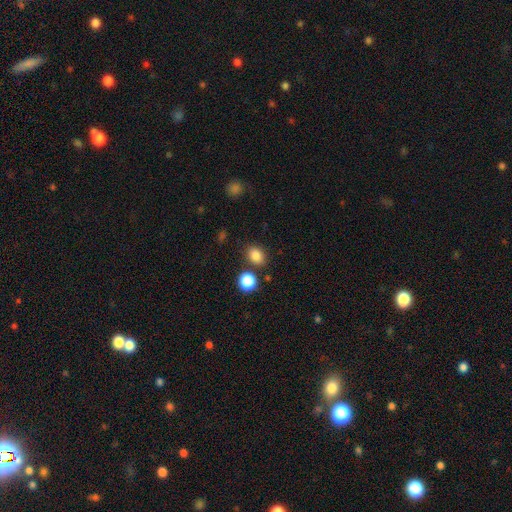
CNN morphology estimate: Smooth or featured?
  - smooth: 84% *
  - star or artifact: 12%
  - featured or disk: 4%
How rounded?
  - in between: 56% *
  - round: 43%
  - cigar-shaped: 1%
Merging?
  - none: 78% *
  - minor disturbance: 10%
  - merger: 8%
  - major disturbance: 3%